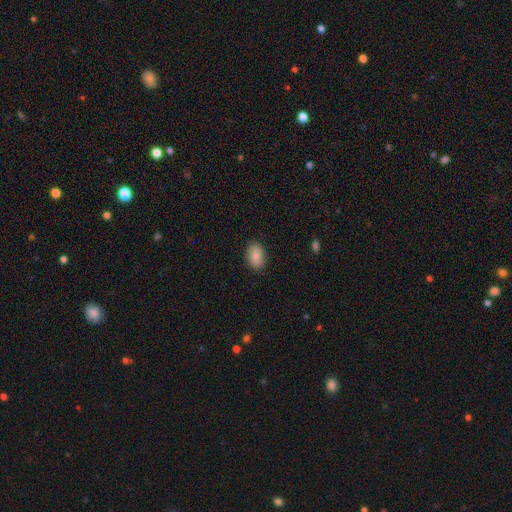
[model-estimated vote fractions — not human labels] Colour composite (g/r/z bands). It shows a smooth galaxy with no disk features (84%) that is in between round and cigar-shaped (88%). Merging: none (88%).